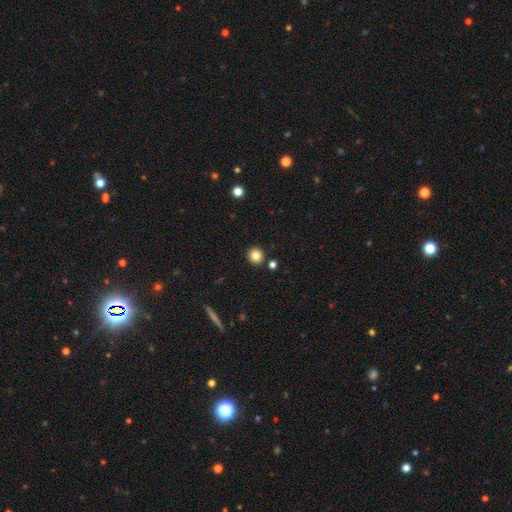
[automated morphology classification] Smooth or featured?
  - smooth: 83% *
  - star or artifact: 11%
  - featured or disk: 6%
How rounded?
  - round: 92% *
  - in between: 7%
  - cigar-shaped: 1%
Merging?
  - none: 89% *
  - minor disturbance: 5%
  - merger: 4%
  - major disturbance: 2%